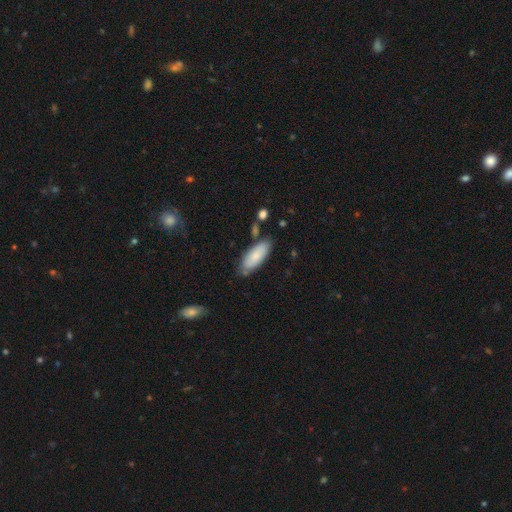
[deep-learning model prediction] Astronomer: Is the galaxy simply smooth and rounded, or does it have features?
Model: smooth — 81%.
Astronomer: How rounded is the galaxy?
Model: in between — 74%.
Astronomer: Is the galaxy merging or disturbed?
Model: none — 74%.